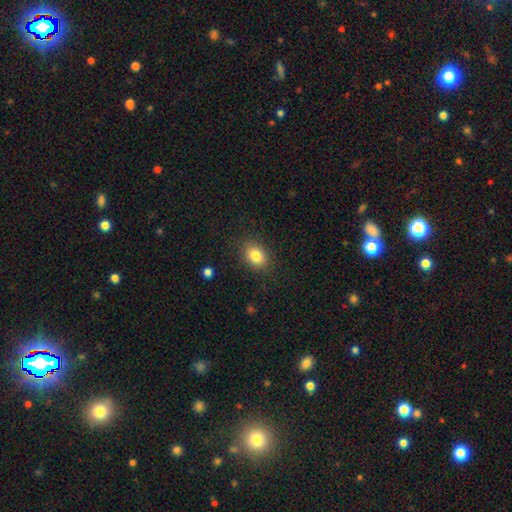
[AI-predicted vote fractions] smooth 82%, star or artifact 10%, featured or disk 8%. Down the decision tree: how rounded — in between (69%); merging — none (86%).